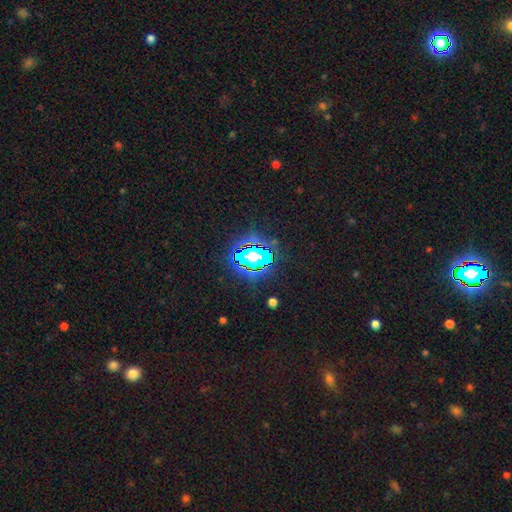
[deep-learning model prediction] Q: Smooth or featured?
A: star or artifact (72%); runner-up: smooth (17%)